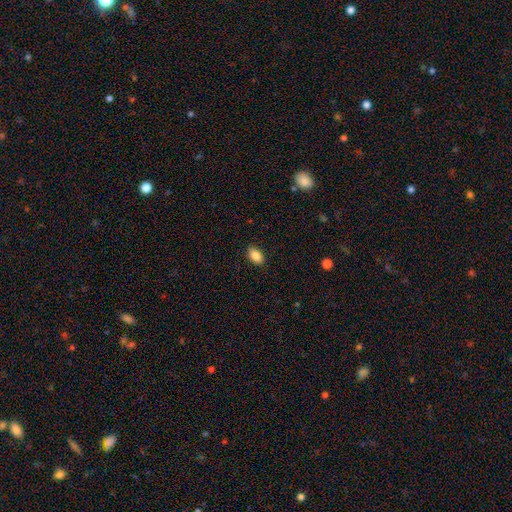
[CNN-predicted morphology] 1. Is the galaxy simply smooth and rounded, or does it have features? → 86% smooth, 8% star or artifact, 6% featured or disk.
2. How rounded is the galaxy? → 90% in between, 7% round, 2% cigar-shaped.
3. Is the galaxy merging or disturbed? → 88% none, 9% minor disturbance, 2% major disturbance, 1% merger.